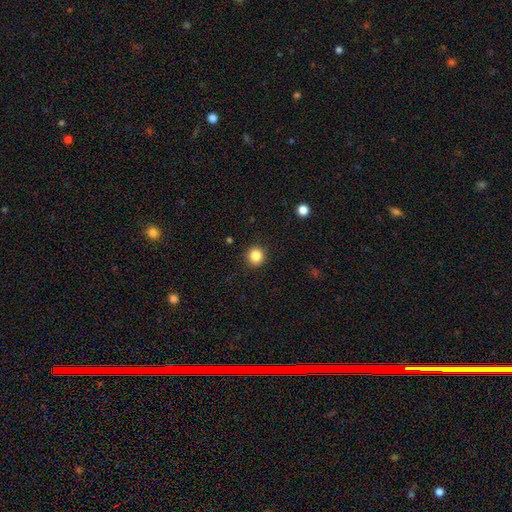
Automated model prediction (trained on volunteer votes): smooth 85%, star or artifact 11%, featured or disk 4%. Down the decision tree: how rounded — round (93%); merging — none (91%).